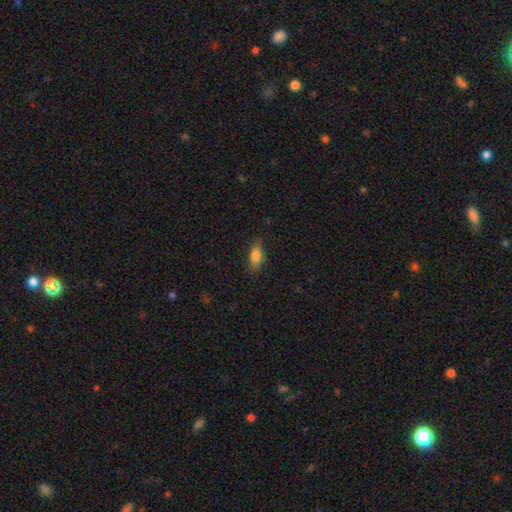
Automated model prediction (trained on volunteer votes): Morphology: type=smooth (81%); roundness=in between (81%); merging=none (78%).